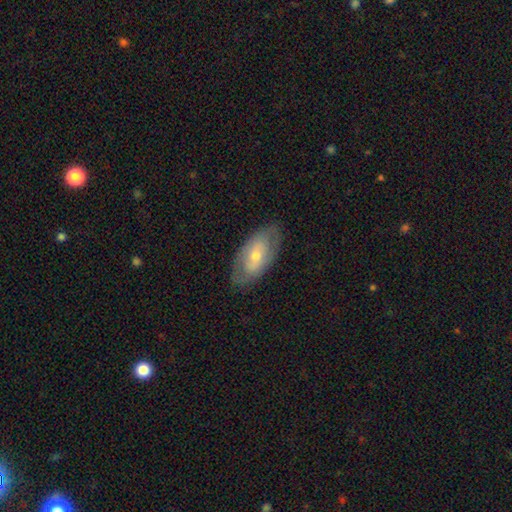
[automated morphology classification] A featured or disk galaxy (49%).

Vote fractions:
- Smooth or featured? featured or disk: 49% / smooth: 45% / star or artifact: 6%
- Merging? none: 78% / minor disturbance: 16% / major disturbance: 5% / merger: 1%